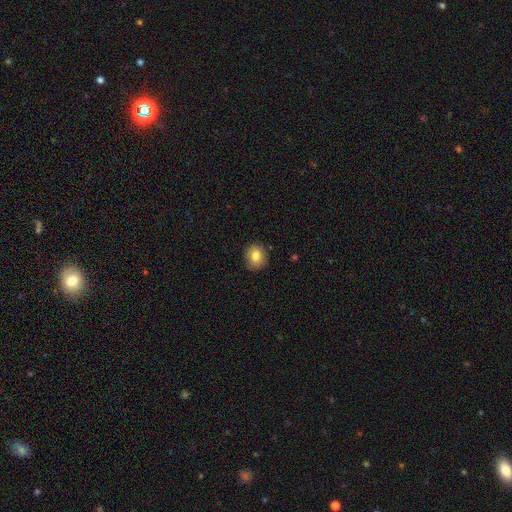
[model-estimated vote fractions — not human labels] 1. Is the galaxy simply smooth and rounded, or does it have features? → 82% smooth, 9% star or artifact, 9% featured or disk.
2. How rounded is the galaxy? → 75% round, 24% in between, 1% cigar-shaped.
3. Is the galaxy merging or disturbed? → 88% none, 9% minor disturbance, 2% major disturbance, 1% merger.